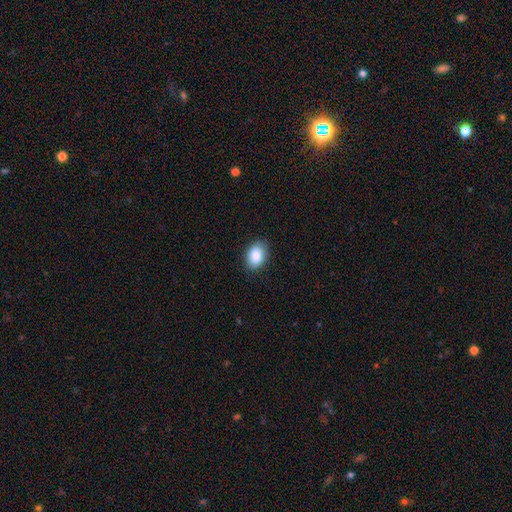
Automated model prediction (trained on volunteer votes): Smooth or featured? Predicted: smooth (p=0.87). How rounded? Predicted: in between (p=0.81). Merging? Predicted: none (p=0.86).